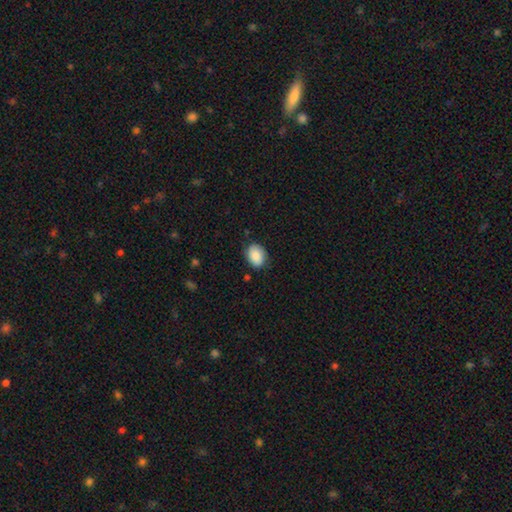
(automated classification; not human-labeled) Overall: smooth (86%). How rounded: in between (69%; round 30%). Merging: none (78%).